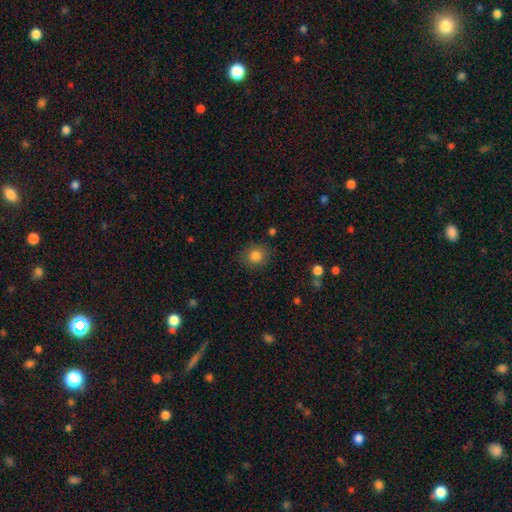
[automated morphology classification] This is clearly a smooth galaxy (82%). How rounded: clearly round (83%). Merging: clearly none (86%).